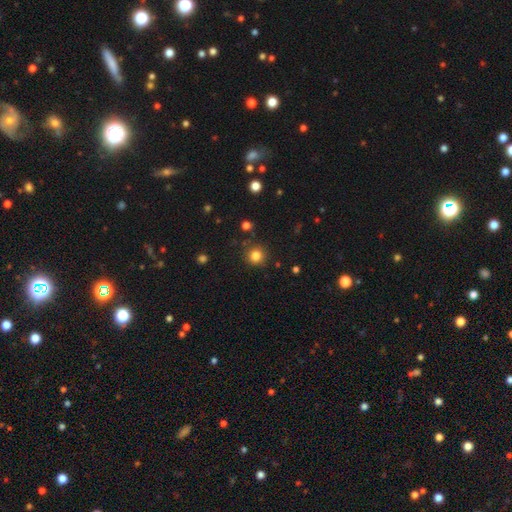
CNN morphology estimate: This appears to be a smooth galaxy with no disk features (82%) that is round (93%). Merging: none (86%).